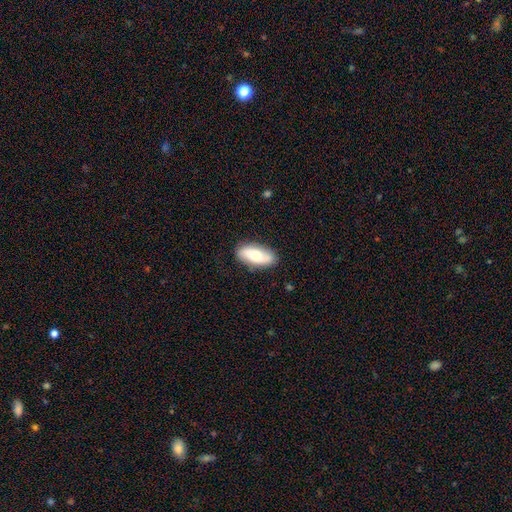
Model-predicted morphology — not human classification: Smooth or featured? Predicted: smooth (p=0.60). How rounded? Predicted: in between (p=0.85). Merging? Predicted: none (p=0.86).